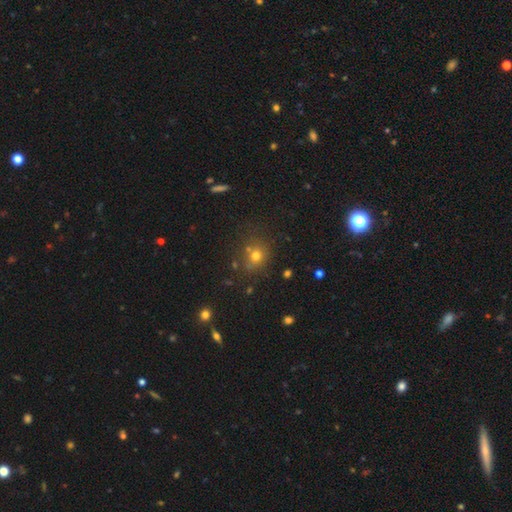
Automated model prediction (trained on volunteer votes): A smooth galaxy with no disk features (70%) that is round (77%). Merging: none (68%).